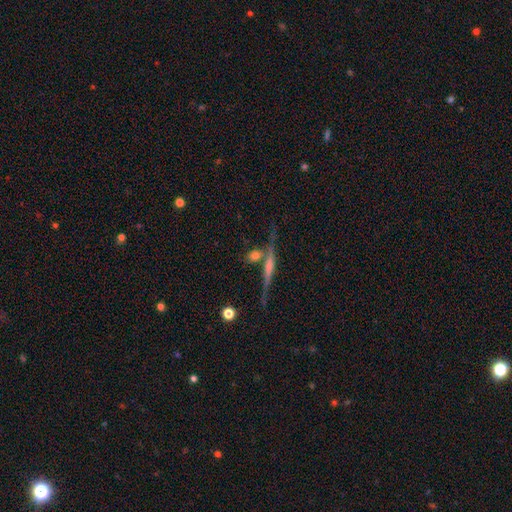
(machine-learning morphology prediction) Overall: featured or disk (59%; smooth 31%). Edge-on disk: yes (91%). Edge-on bulge: rounded (42%; none 34%). Merging: none (65%).